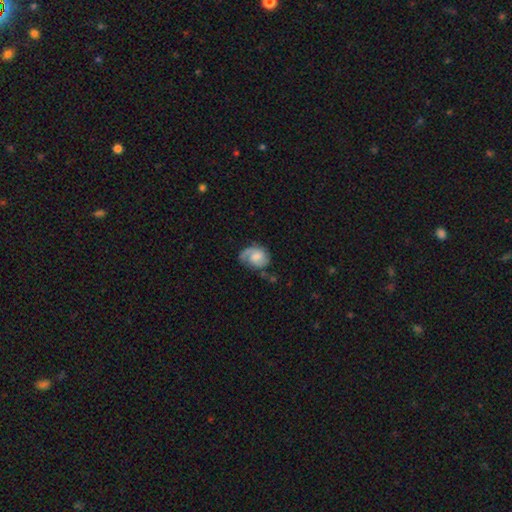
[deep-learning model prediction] smooth-or-featured: featured or disk: 58% | smooth: 35% | star or artifact: 7%
  disk-edge-on: no: 97% | yes: 3%
    bar: no: 60% | weak: 35% | strong: 5%
    has-spiral-arms: yes: 89% | no: 11%
    bulge-size: moderate: 40% | small: 27% | large: 15% | none: 15% | dominant: 2%
  merging: none: 52% | minor disturbance: 29% | major disturbance: 16% | merger: 3%